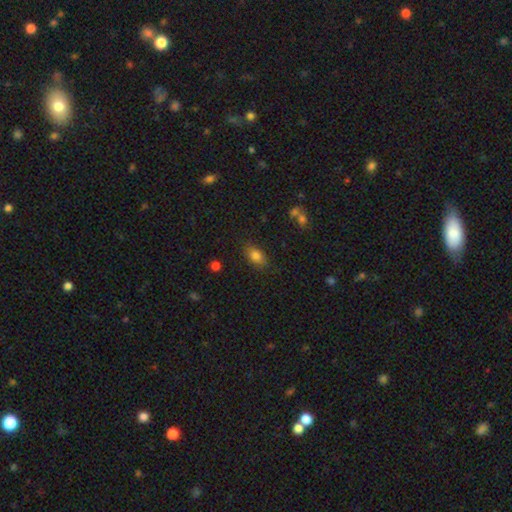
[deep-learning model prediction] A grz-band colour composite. It shows a smooth galaxy with no disk features (82%) that is in between round and cigar-shaped (84%). Merging: none (82%).